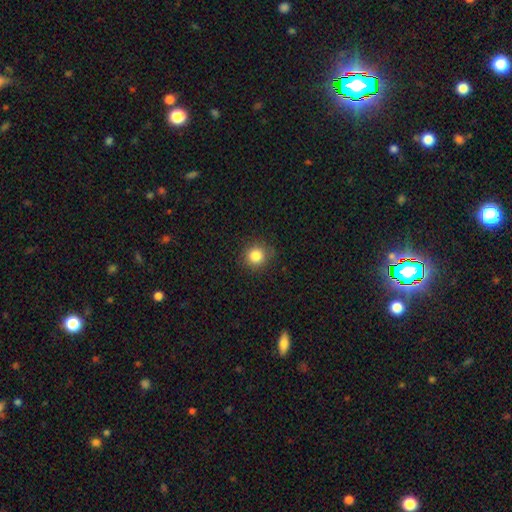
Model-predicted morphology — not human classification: Smooth or featured? smooth (84%)
How rounded? round (91%)
Merging? none (87%)